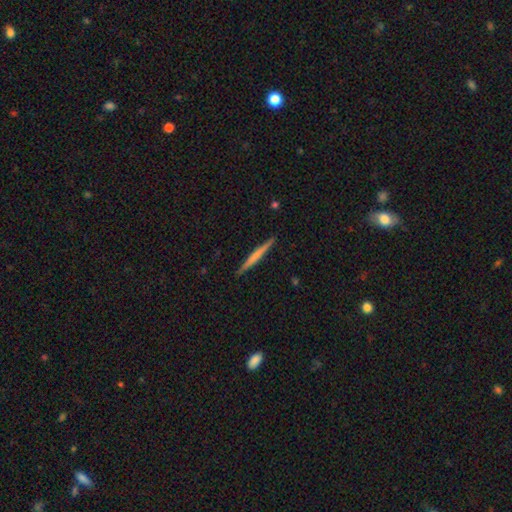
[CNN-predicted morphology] Smooth or featured?
  - smooth: 52% *
  - featured or disk: 43%
  - star or artifact: 5%
How rounded?
  - cigar-shaped: 97% *
  - in between: 2%
  - round: 1%
Merging?
  - none: 91% *
  - minor disturbance: 6%
  - major disturbance: 1%
  - merger: 1%